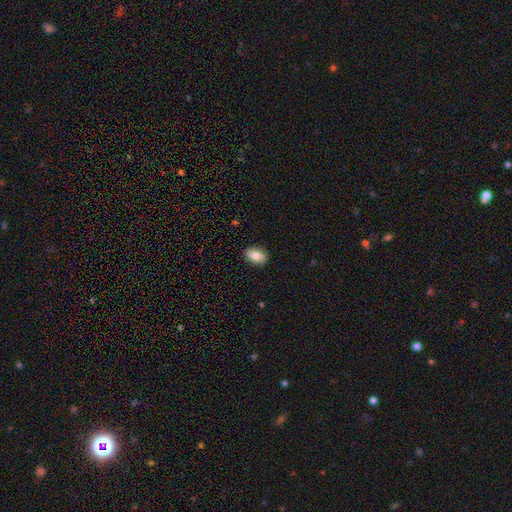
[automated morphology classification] Overall: smooth (86%). How rounded: in between (88%). Merging: none (88%).